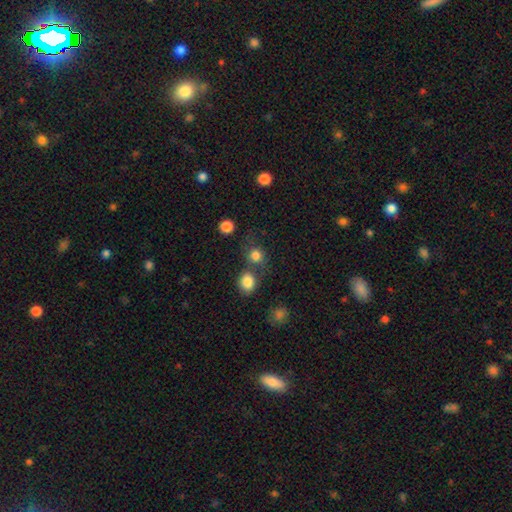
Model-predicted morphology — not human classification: smooth 81%, star or artifact 13%, featured or disk 6%. Down the decision tree: how rounded — round (83%); merging — none (59%).